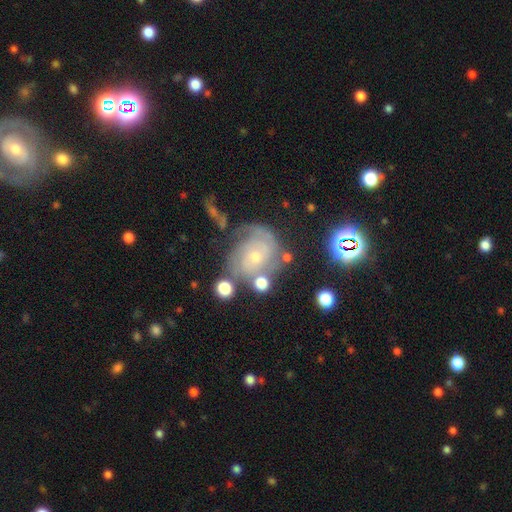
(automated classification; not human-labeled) featured or disk 77%, star or artifact 12%, smooth 12%. Down the decision tree: edge-on disk — no (97%); bar — no (73%); spiral arms — yes (92%); spiral arm count — can't tell (33%); spiral winding — tight (61%); bulge size — small (66%); merging — none (55%).